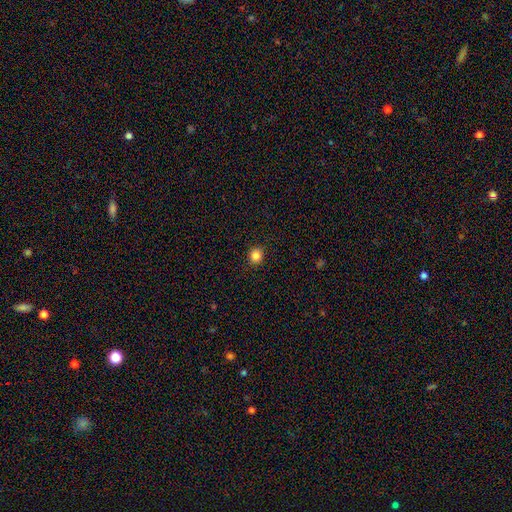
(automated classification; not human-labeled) smooth_or_featured: smooth (p=0.85) [alt: star or artifact p=0.12]
how_rounded: round (p=0.85) [alt: in between p=0.14]
merging: none (p=0.90) [alt: minor disturbance p=0.07]